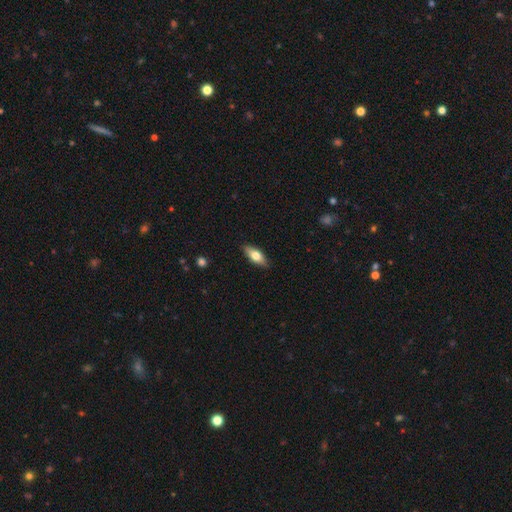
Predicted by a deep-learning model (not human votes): Overall: smooth (69%). How rounded: in between (77%). Merging: none (87%).